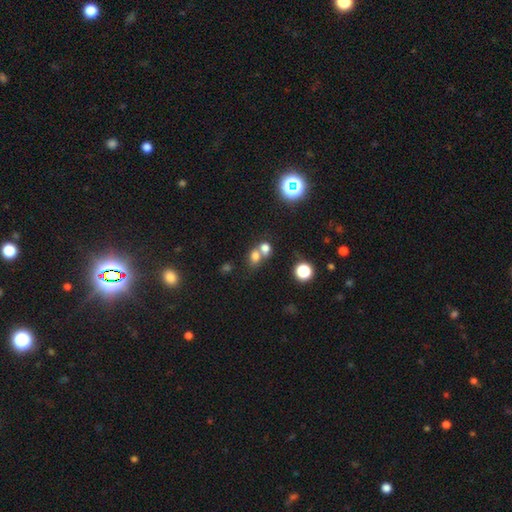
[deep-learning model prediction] Morphology: type=smooth (70%); roundness=round (54%); merging=merger (55%).